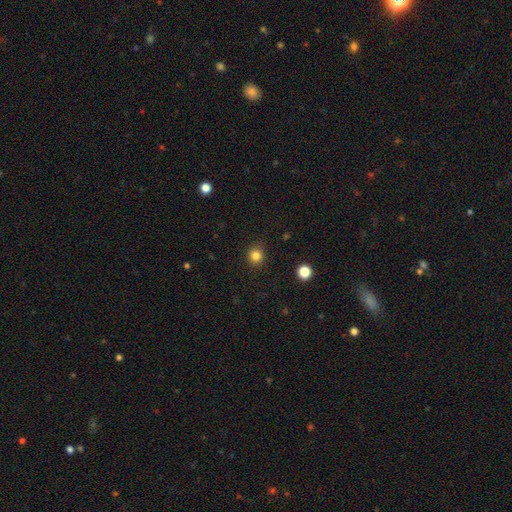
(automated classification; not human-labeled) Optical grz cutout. It shows a smooth galaxy with no disk features (82%) that is round (90%). Merging: none (89%).